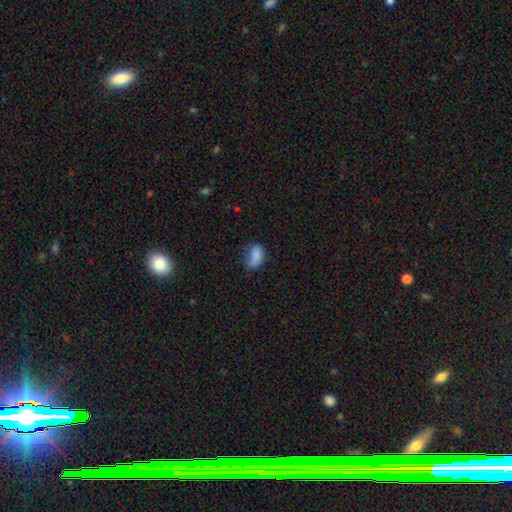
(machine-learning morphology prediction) A smooth galaxy with no disk features (81%) that is in between round and cigar-shaped (88%). Merging: none (47%).